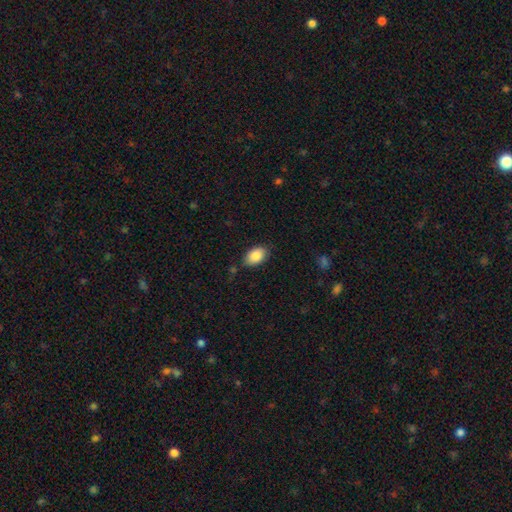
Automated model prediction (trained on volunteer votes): smooth_or_featured: smooth (p=0.87) [alt: star or artifact p=0.07]
how_rounded: in between (p=0.90) [alt: round p=0.09]
merging: none (p=0.78) [alt: minor disturbance p=0.16]